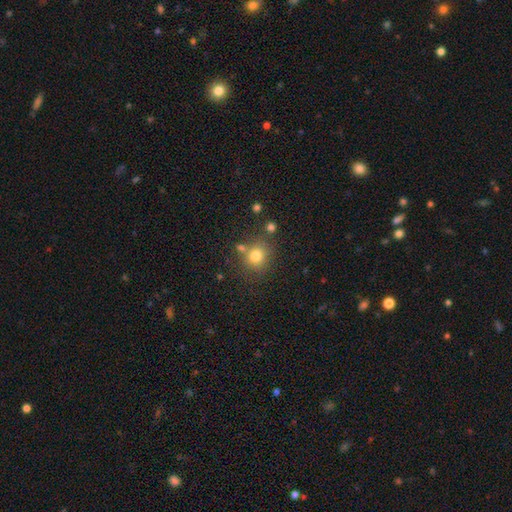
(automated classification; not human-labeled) Smooth or featured: smooth — 77% (star or artifact — 14%)
How rounded: round — 82% (in between — 17%)
Merging: none — 71% (merger — 13%)